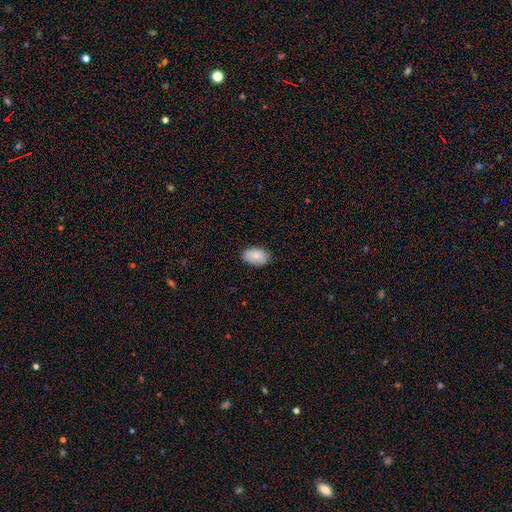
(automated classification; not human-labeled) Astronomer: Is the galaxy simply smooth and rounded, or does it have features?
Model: smooth — 82%.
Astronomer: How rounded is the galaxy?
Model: in between — 91%.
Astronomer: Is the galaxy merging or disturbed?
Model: none — 84%.